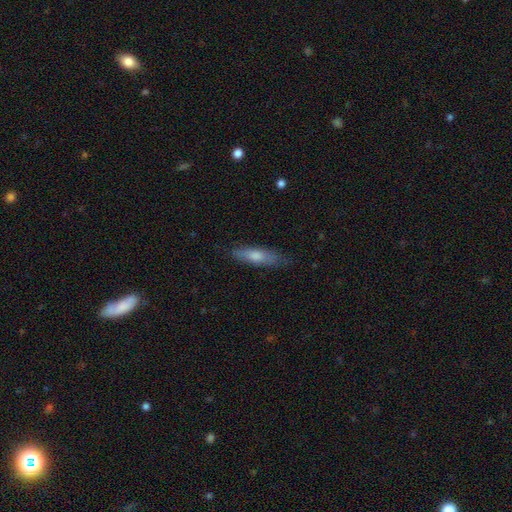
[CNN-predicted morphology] This is likely a smooth galaxy (68%). How rounded: likely cigar-shaped (71%). Merging: likely none (80%).